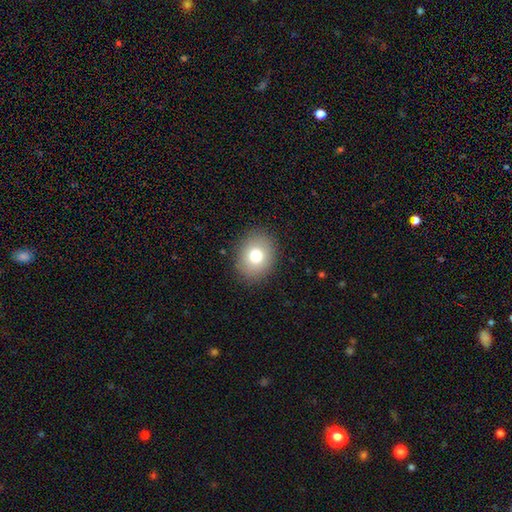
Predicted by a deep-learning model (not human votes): Smooth or featured: smooth — 76% (featured or disk — 13%)
How rounded: round — 56% (in between — 43%)
Merging: none — 88% (minor disturbance — 8%)